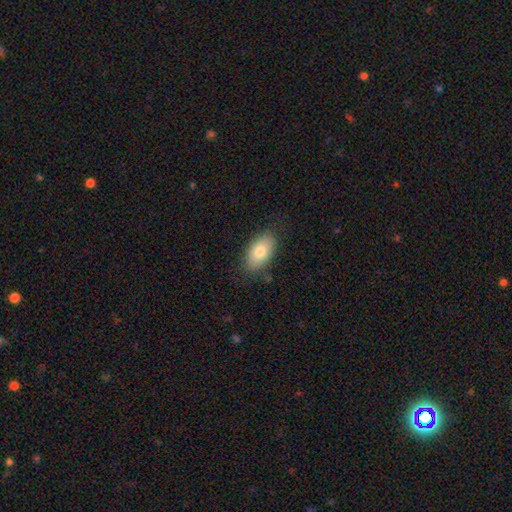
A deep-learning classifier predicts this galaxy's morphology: smooth 77%, featured or disk 15%, star or artifact 7%. Down the decision tree: how rounded — in between (92%); merging — none (83%).